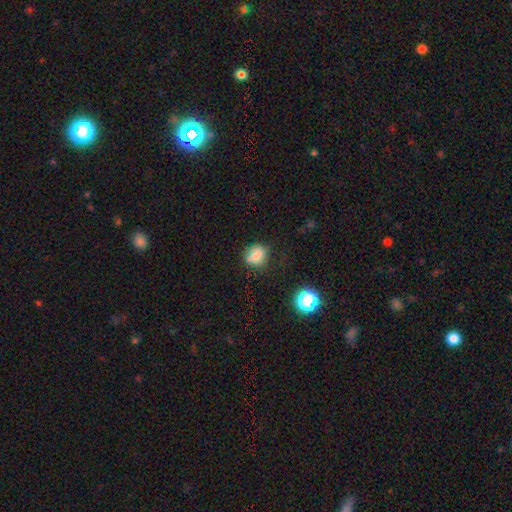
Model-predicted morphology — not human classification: A smooth galaxy with no disk features (75%) that is round (64%). Merging: none (61%).